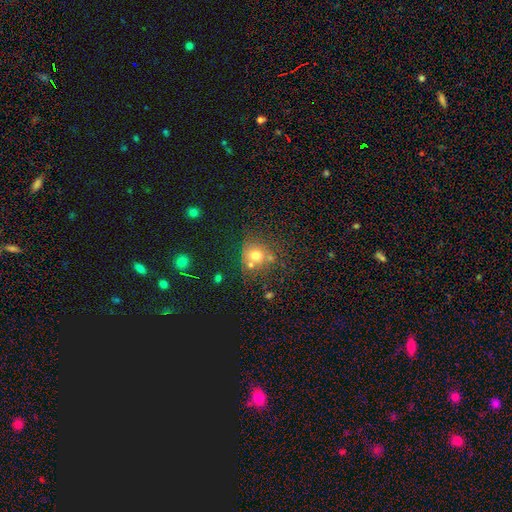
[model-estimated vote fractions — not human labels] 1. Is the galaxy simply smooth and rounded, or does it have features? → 69% smooth, 16% star or artifact, 15% featured or disk.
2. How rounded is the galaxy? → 81% round, 18% in between, 1% cigar-shaped.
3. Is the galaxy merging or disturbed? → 54% none, 25% merger, 15% minor disturbance, 7% major disturbance.